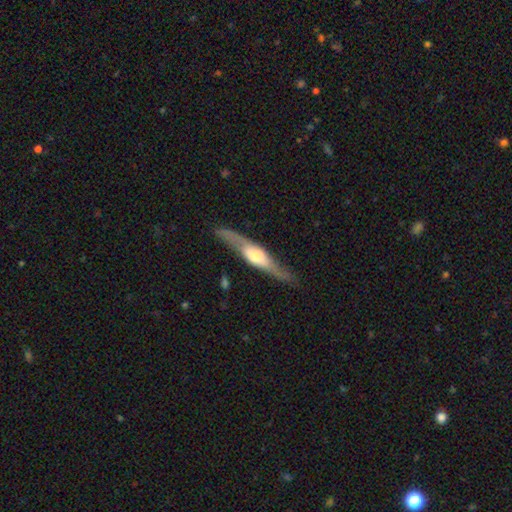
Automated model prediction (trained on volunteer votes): This appears to be a featured or disk galaxy (72%) viewed edge-on (80%) with a rounded central bulge (80%). Merging: none (77%).